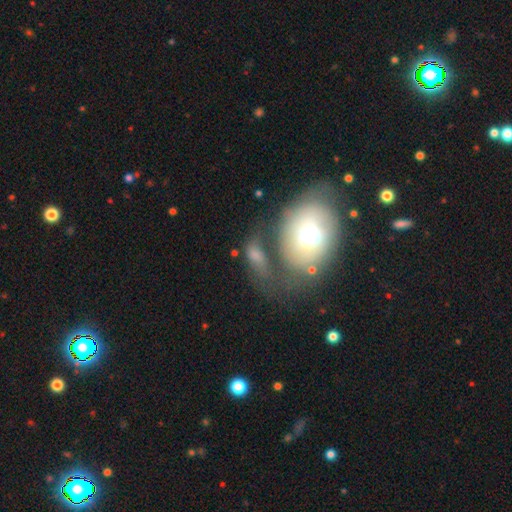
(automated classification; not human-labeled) This is possibly a smooth galaxy (55%). How rounded: likely in between (72%). Merging: marginally none (34%).